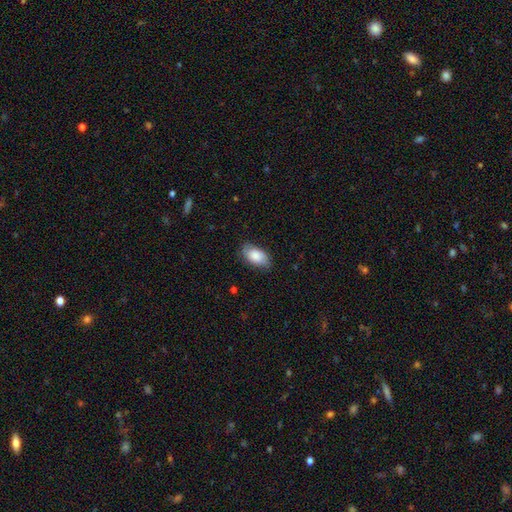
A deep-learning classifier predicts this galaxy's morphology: Smooth or featured: smooth — 78% (featured or disk — 15%)
How rounded: in between — 94% (round — 4%)
Merging: none — 76% (minor disturbance — 19%)